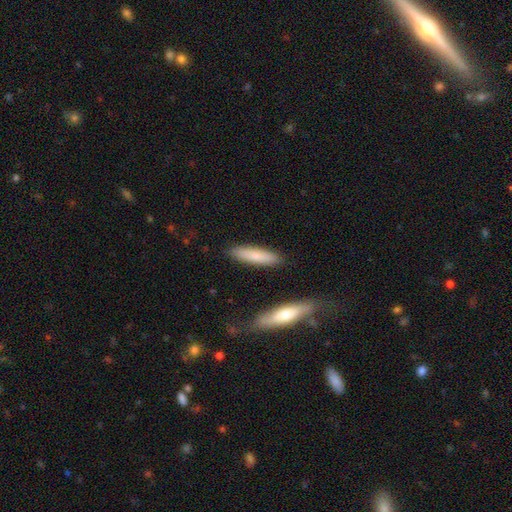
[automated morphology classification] Smooth or featured? Predicted: smooth (p=0.79). How rounded? Predicted: cigar-shaped (p=0.78). Merging? Predicted: none (p=0.85).